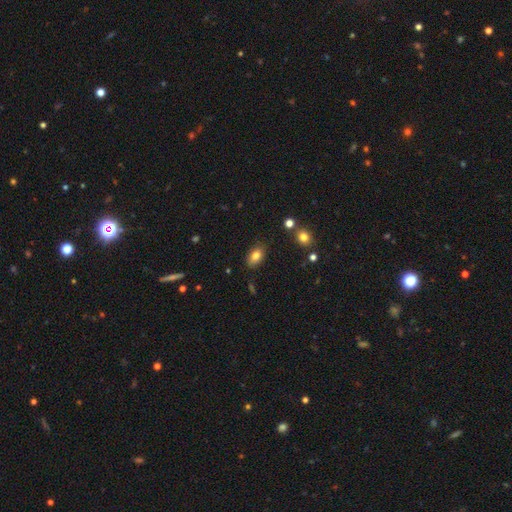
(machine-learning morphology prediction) This is clearly a smooth galaxy (80%). How rounded: clearly in between (87%). Merging: clearly none (84%).